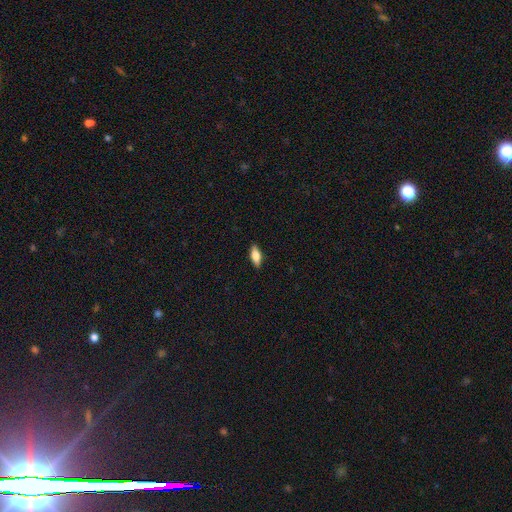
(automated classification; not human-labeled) Overall: smooth (71%). How rounded: in between (74%). Merging: none (89%).